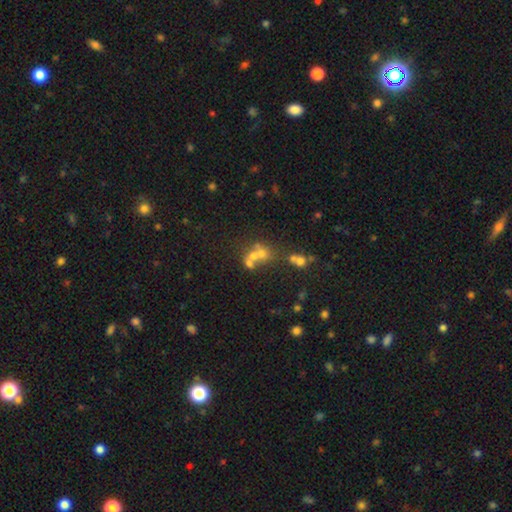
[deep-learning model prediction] Q: Smooth or featured?
A: smooth (48%); runner-up: featured or disk (29%)
Q: Merging?
A: merger (52%); runner-up: none (32%)